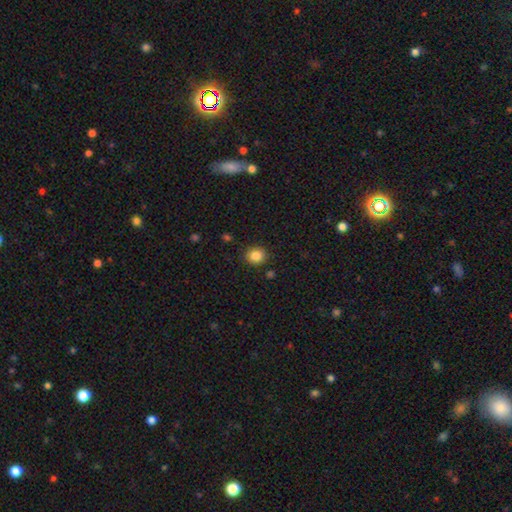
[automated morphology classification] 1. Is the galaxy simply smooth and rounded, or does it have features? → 86% smooth, 10% star or artifact, 4% featured or disk.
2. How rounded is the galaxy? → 81% round, 18% in between, 1% cigar-shaped.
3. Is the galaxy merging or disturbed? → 89% none, 7% minor disturbance, 2% major disturbance, 2% merger.